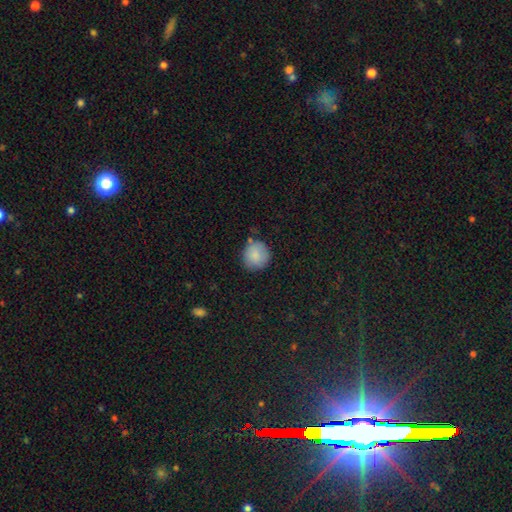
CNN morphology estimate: smooth_or_featured: smooth (p=0.86) [alt: star or artifact p=0.08]
how_rounded: round (p=0.90) [alt: in between p=0.09]
merging: none (p=0.75) [alt: minor disturbance p=0.17]